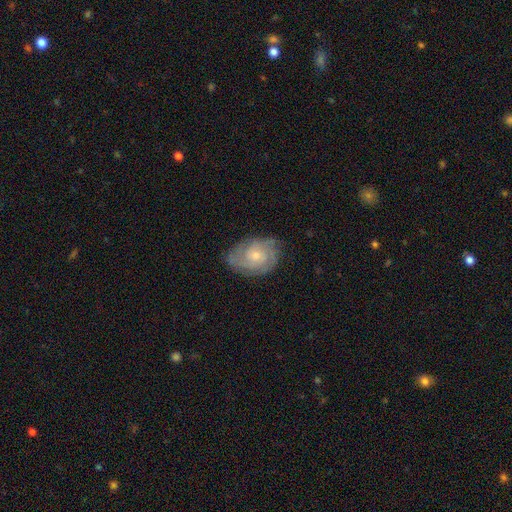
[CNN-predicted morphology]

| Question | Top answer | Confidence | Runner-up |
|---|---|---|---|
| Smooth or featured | featured or disk | 72% | smooth (22%) |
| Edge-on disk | no | 97% | yes (3%) |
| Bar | no | 72% | weak (25%) |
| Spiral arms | yes | 92% | no (8%) |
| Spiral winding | tight | 58% | medium (33%) |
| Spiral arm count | can't tell | 33% | 2 (26%) |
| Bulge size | small | 52% | moderate (43%) |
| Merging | none | 71% | minor disturbance (21%) |